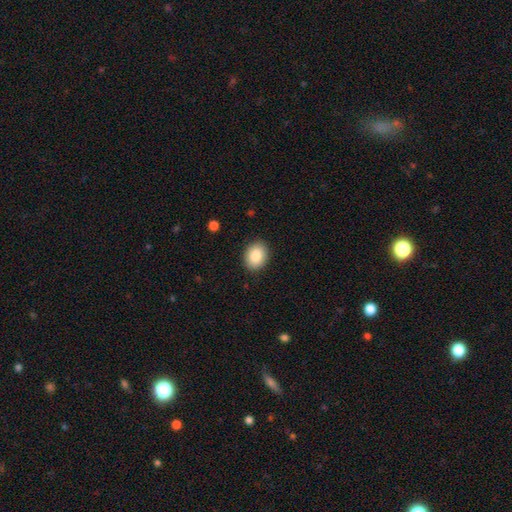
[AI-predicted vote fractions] A smooth galaxy with no disk features (87%) that is in between round and cigar-shaped (66%). Merging: none (89%).